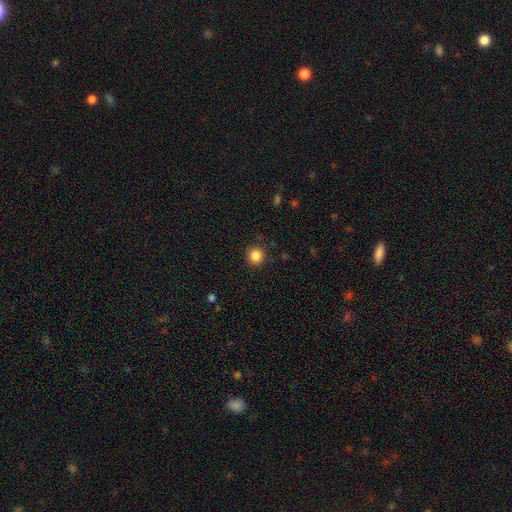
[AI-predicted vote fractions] This appears to be a smooth galaxy with no disk features (85%) that is round (92%). Merging: none (89%).